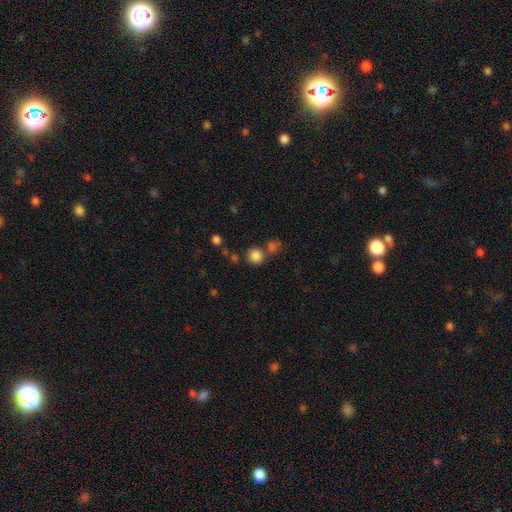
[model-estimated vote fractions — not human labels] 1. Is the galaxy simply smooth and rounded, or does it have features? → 83% smooth, 13% star or artifact, 5% featured or disk.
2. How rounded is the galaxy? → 91% round, 8% in between, 1% cigar-shaped.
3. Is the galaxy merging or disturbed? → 69% none, 20% merger, 8% minor disturbance, 3% major disturbance.